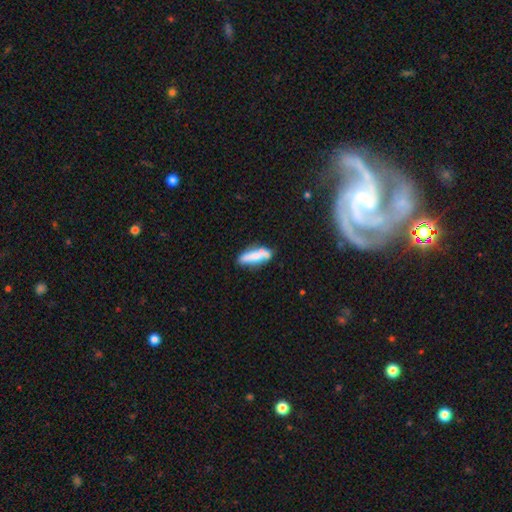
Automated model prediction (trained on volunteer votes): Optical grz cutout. It shows a smooth galaxy with no disk features (65%) that is cigar-shaped (52%). Merging: none (60%).